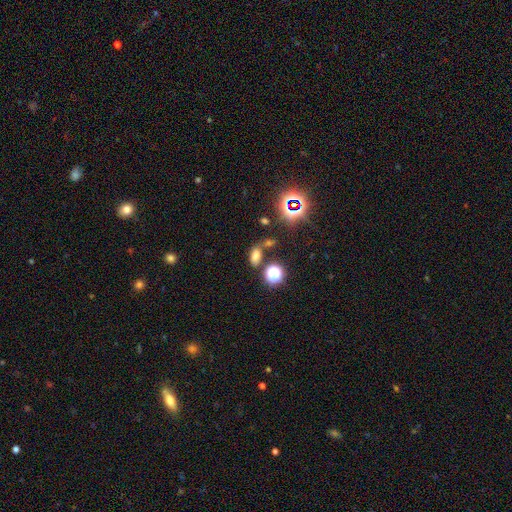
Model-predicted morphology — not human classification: Overall: smooth (62%; star or artifact 28%). How rounded: in between (83%). Merging: none (61%).